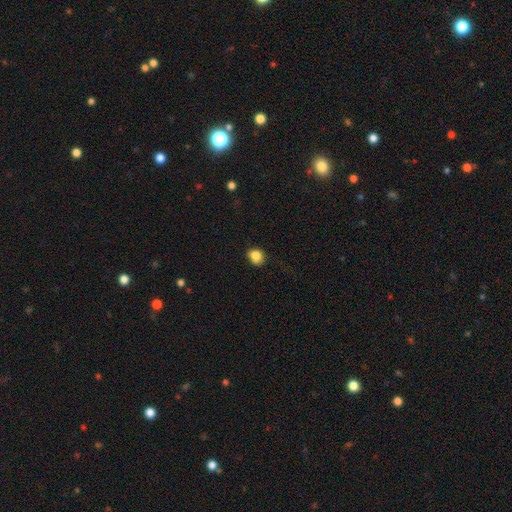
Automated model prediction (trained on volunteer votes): Smooth or featured?
  - smooth: 85% *
  - star or artifact: 10%
  - featured or disk: 5%
How rounded?
  - round: 72% *
  - in between: 27%
  - cigar-shaped: 1%
Merging?
  - none: 80% *
  - minor disturbance: 16%
  - major disturbance: 3%
  - merger: 1%